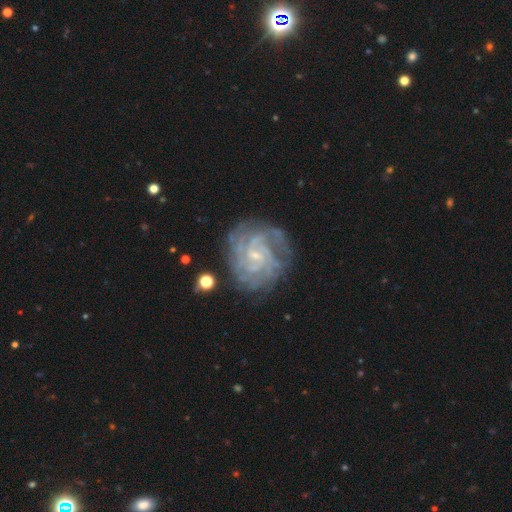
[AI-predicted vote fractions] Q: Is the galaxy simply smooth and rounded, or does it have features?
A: featured or disk — 88%.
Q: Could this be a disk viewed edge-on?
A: no — 98%.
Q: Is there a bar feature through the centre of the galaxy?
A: no — 50%.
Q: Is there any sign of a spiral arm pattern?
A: yes — 97%.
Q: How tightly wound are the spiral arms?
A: tight — 71%.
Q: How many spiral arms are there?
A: can't tell — 27%.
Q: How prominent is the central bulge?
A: small — 76%.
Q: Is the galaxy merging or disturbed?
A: none — 76%.